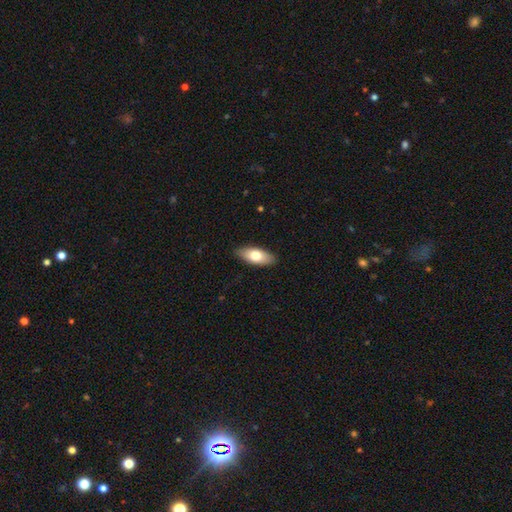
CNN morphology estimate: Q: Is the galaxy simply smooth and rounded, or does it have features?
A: smooth — 73%.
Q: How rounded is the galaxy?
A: in between — 83%.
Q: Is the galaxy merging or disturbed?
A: none — 88%.